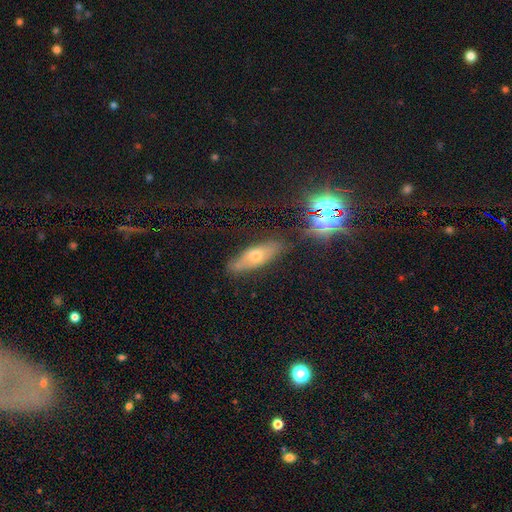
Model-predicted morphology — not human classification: A smooth galaxy with no disk features (41%).

Vote fractions:
- Smooth or featured? smooth: 41% / featured or disk: 37% / star or artifact: 21%
- Merging? none: 78% / minor disturbance: 16% / major disturbance: 4% / merger: 2%